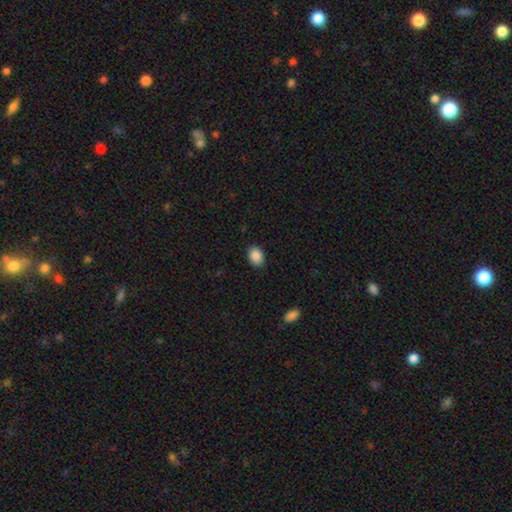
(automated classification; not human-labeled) A smooth galaxy with no disk features (89%) that is in between round and cigar-shaped (73%). Merging: none (88%).